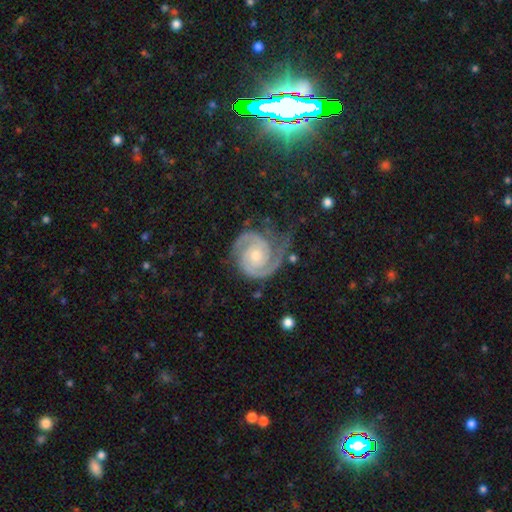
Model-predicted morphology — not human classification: smooth_or_featured: featured or disk (p=0.91) [alt: star or artifact p=0.05]
disk_edge_on: no (p=0.98) [alt: yes p=0.02]
bar: no (p=0.72) [alt: weak p=0.21]
has_spiral_arms: yes (p=0.98) [alt: no p=0.02]
spiral_winding: tight (p=0.66) [alt: medium p=0.29]
spiral_arm_count: 2 (p=0.86) [alt: 3 p=0.05]
bulge_size: small (p=0.52) [alt: moderate p=0.43]
merging: none (p=0.68) [alt: minor disturbance p=0.21]